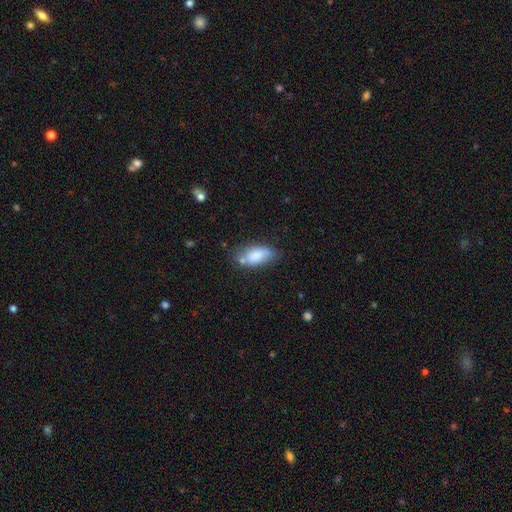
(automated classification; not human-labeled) This appears to be a smooth galaxy with no disk features (80%) that is in between round and cigar-shaped (88%). Merging: none (56%).